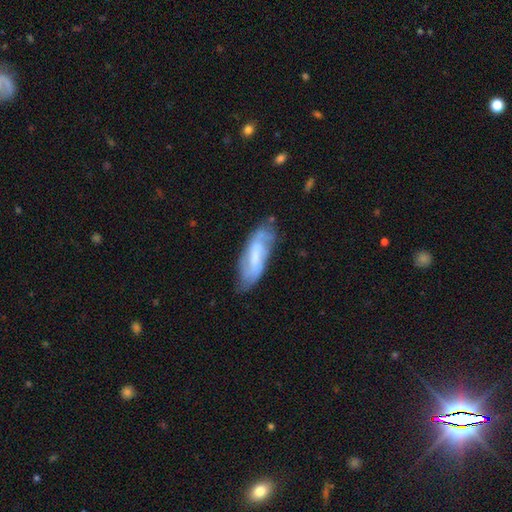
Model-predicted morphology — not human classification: smooth_or_featured: featured or disk (p=0.56) [alt: smooth p=0.37]
disk_edge_on: no (p=0.84) [alt: yes p=0.16]
merging: none (p=0.63) [alt: minor disturbance p=0.26]